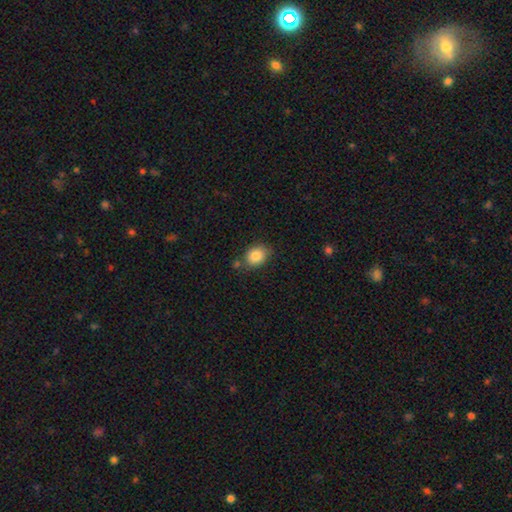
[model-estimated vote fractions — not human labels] A smooth galaxy with no disk features (85%) that is in between round and cigar-shaped (60%). Merging: none (74%).